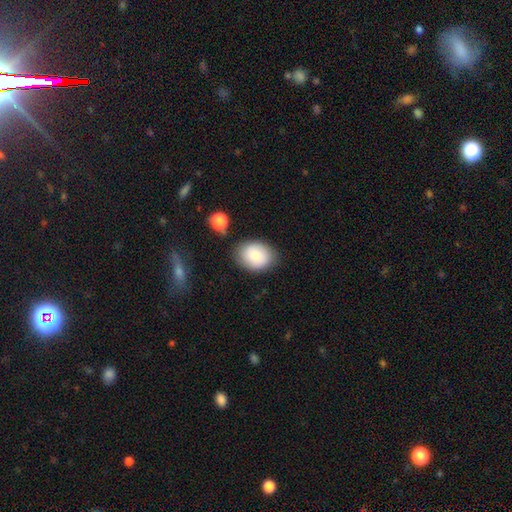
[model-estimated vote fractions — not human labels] Q: Smooth or featured?
A: smooth (79%); runner-up: featured or disk (13%)
Q: How rounded?
A: in between (54%); runner-up: round (45%)
Q: Merging?
A: none (80%); runner-up: minor disturbance (13%)